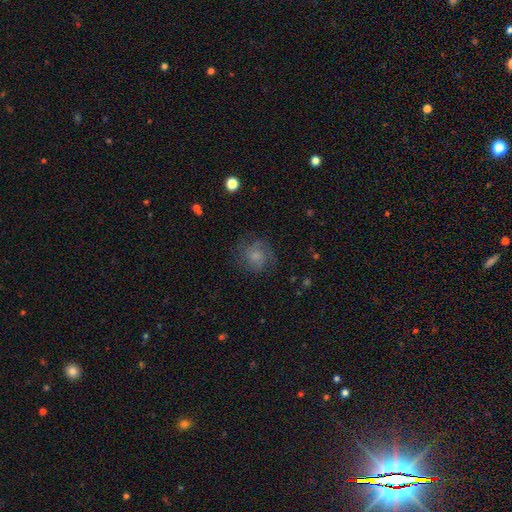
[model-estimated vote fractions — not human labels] The model was most divided on "smooth or featured": smooth: 46%, featured or disk: 43%, star or artifact: 11%. More confident: merging — none (68%).